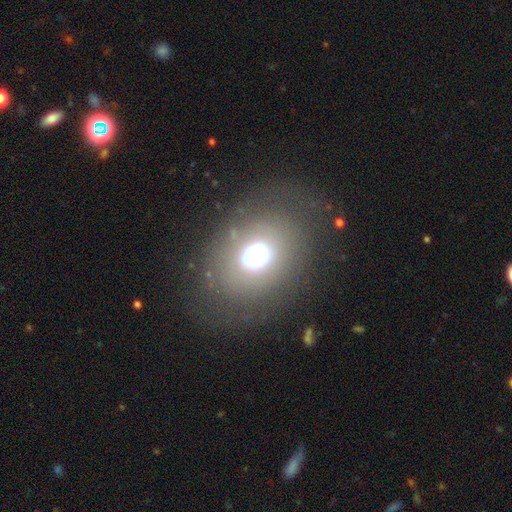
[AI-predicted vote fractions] smooth 61%, featured or disk 19%, star or artifact 19%. Down the decision tree: how rounded — round (51%); merging — none (69%).